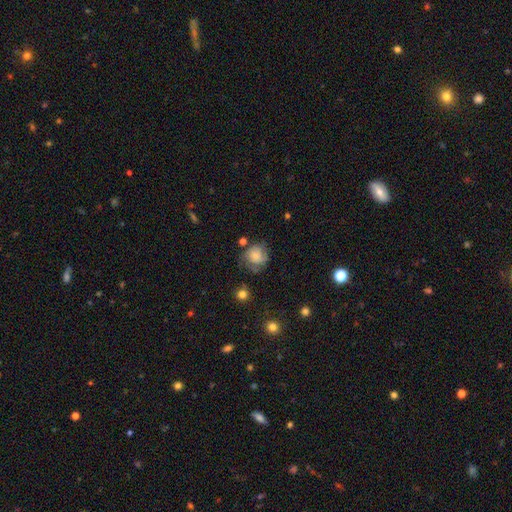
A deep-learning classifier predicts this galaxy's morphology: featured or disk 46%, smooth 44%, star or artifact 10%. Down the decision tree: merging — none (59%).